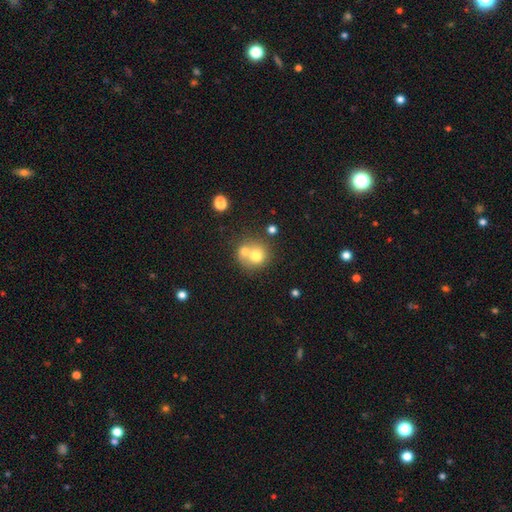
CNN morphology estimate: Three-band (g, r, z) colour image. It shows a smooth galaxy with no disk features (70%) that is round (84%). Merging: merger (52%).